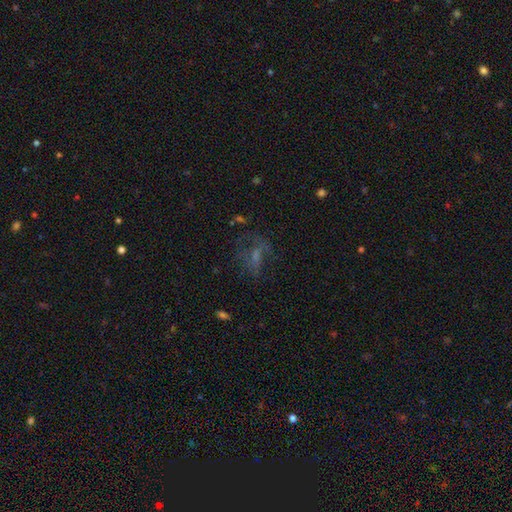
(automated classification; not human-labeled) Morphology: type=featured or disk (39%); merging=none (48%).